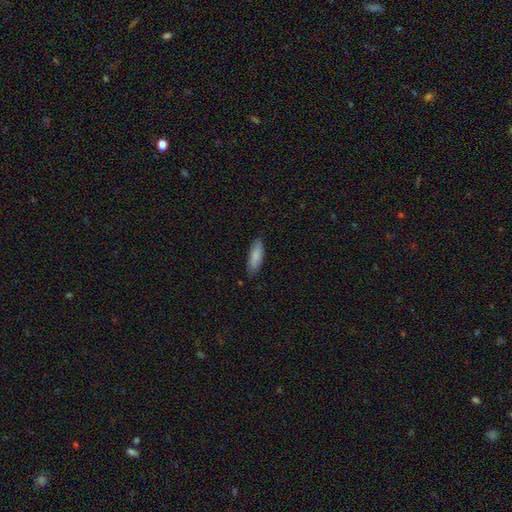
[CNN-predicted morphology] This appears to be a smooth galaxy with no disk features (86%) that is in between round and cigar-shaped (54%). Merging: none (85%).